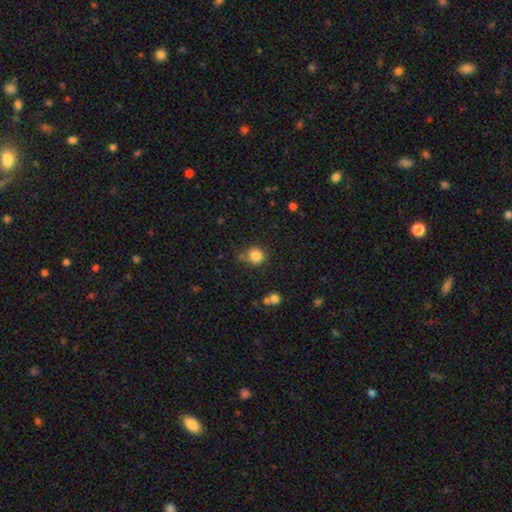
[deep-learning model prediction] Smooth or featured?
  - smooth: 84% *
  - star or artifact: 11%
  - featured or disk: 5%
How rounded?
  - round: 87% *
  - in between: 12%
  - cigar-shaped: 1%
Merging?
  - none: 74% *
  - minor disturbance: 14%
  - merger: 8%
  - major disturbance: 4%